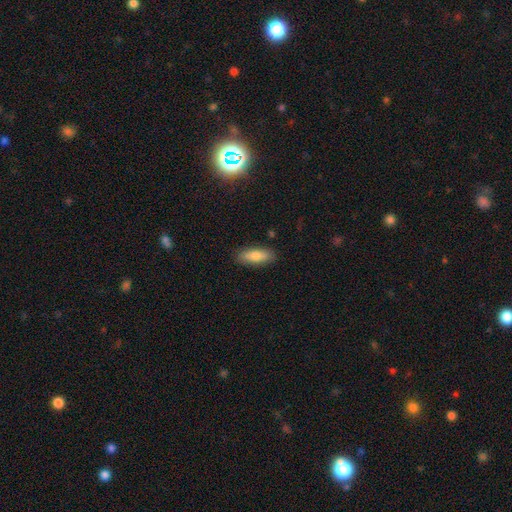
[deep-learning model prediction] This is likely a smooth galaxy (75%). How rounded: likely in between (67%). Merging: clearly none (87%).